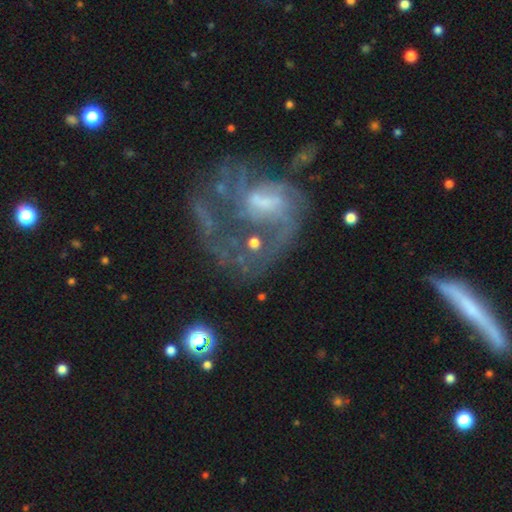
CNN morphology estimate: smooth_or_featured: featured or disk (p=0.75) [alt: star or artifact p=0.12]
disk_edge_on: no (p=0.97) [alt: yes p=0.03]
bar: no (p=0.49) [alt: weak p=0.40]
has_spiral_arms: yes (p=0.72) [alt: no p=0.28]
spiral_winding: medium (p=0.39) [alt: loose p=0.36]
spiral_arm_count: 1 (p=0.37) [alt: can't tell p=0.28]
bulge_size: moderate (p=0.34) [tied with: small p=0.34]
merging: major disturbance (p=0.46) [alt: none p=0.30]